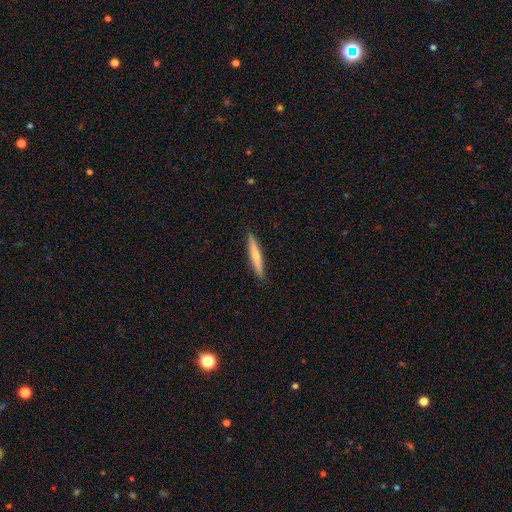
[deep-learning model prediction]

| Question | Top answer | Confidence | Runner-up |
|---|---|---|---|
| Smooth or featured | smooth | 58% | featured or disk (37%) |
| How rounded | cigar-shaped | 94% | in between (5%) |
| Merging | none | 91% | minor disturbance (7%) |